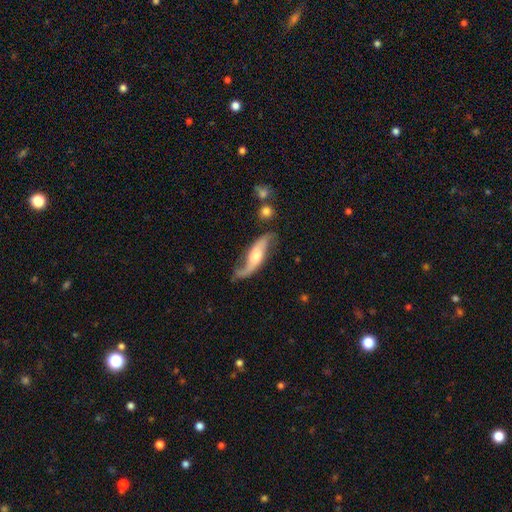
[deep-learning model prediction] smooth_or_featured: featured or disk (p=0.81) [alt: smooth p=0.14]
disk_edge_on: no (p=0.83) [alt: yes p=0.17]
bar: no (p=0.53) [alt: weak p=0.34]
has_spiral_arms: yes (p=0.94) [alt: no p=0.06]
spiral_winding: loose (p=0.80) [alt: medium p=0.15]
spiral_arm_count: 2 (p=0.88) [alt: 1 p=0.06]
bulge_size: moderate (p=0.55) [alt: small p=0.21]
merging: none (p=0.64) [alt: minor disturbance p=0.21]